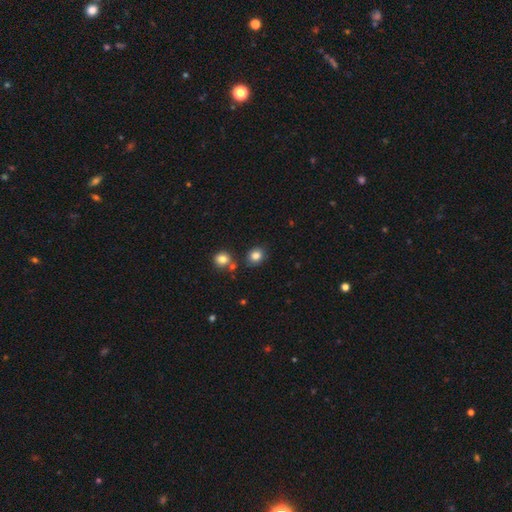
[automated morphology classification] Q: Smooth or featured?
A: smooth (83%); runner-up: star or artifact (11%)
Q: How rounded?
A: round (66%); runner-up: in between (34%)
Q: Merging?
A: none (78%); runner-up: minor disturbance (11%)